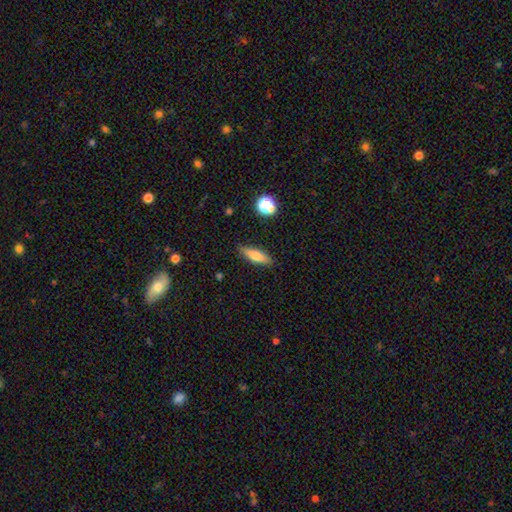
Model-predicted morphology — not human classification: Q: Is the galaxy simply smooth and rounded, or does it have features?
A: smooth — 72%.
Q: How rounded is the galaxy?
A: cigar-shaped — 50%.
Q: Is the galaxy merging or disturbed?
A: none — 86%.